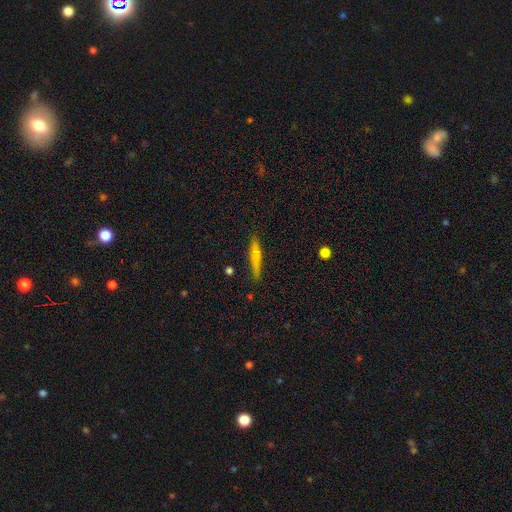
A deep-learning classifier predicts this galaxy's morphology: A smooth galaxy with no disk features (69%) that is cigar-shaped (93%). Merging: none (86%).